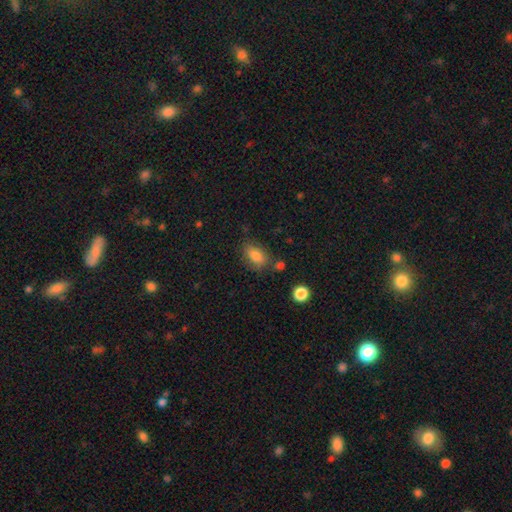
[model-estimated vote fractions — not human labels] This is clearly a smooth galaxy (81%). How rounded: clearly in between (84%). Merging: likely none (67%).